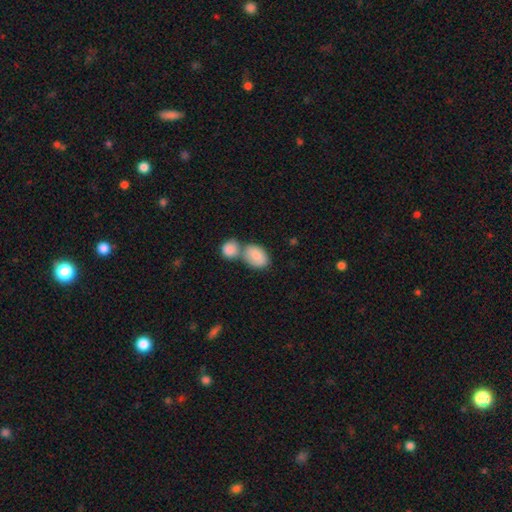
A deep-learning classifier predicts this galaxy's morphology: type=smooth (82%); roundness=in between (81%); merging=merger (59%).